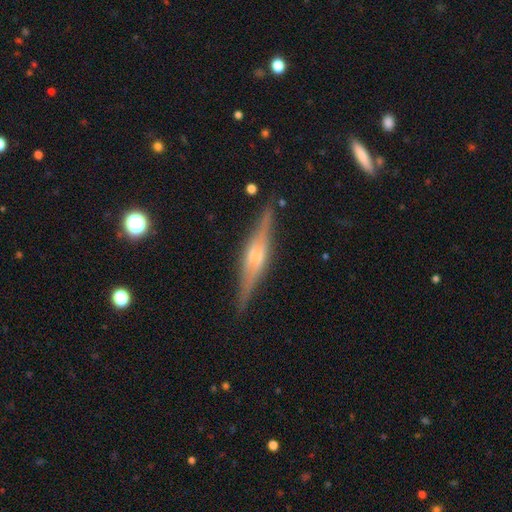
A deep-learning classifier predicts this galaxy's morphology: Smooth or featured: featured or disk — 80% (smooth — 14%)
Edge-on disk: yes — 97% (no — 3%)
Edge-on bulge: rounded — 65% (boxy — 28%)
Merging: none — 87% (minor disturbance — 9%)